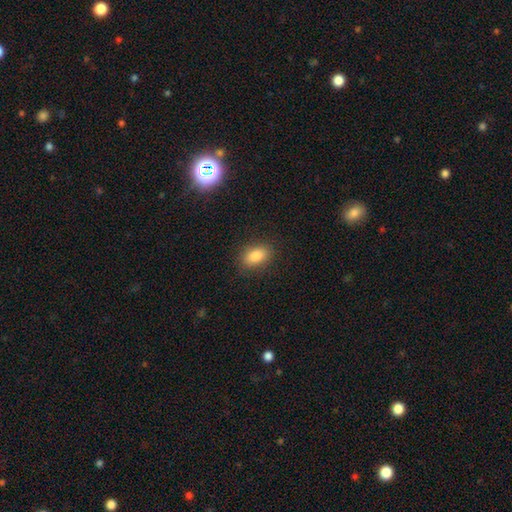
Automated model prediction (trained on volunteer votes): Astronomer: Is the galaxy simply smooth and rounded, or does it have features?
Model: smooth — 84%.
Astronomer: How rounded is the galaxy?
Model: in between — 86%.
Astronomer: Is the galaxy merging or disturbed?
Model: none — 87%.